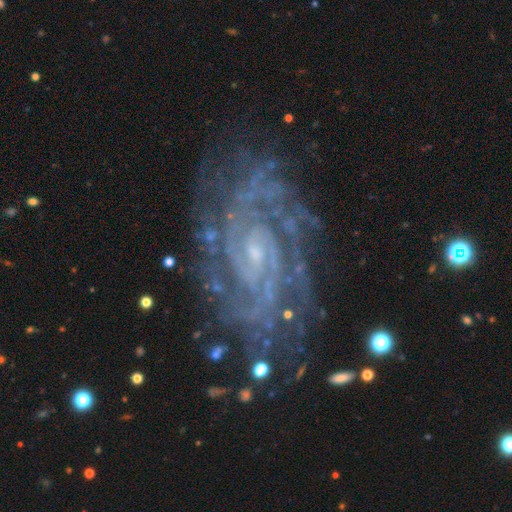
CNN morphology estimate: A featured or disk galaxy (90%) with no bar (57%), 2 (28%) tight (73%) spiral arms (98%) and a small central bulge (82%).

Vote fractions:
- Smooth or featured? featured or disk: 90% / star or artifact: 6% / smooth: 3%
- Edge-on disk? no: 97% / yes: 3%
- Bar? no: 57% / weak: 31% / strong: 11%
- Spiral arms? yes: 98% / no: 2%
- Spiral winding? tight: 73% / medium: 23% / loose: 4%
- Spiral arm count? 2: 28% / can't tell: 19% / 3: 16% / 4: 16% / more than 4: 12% / 1: 9%
- Bulge size? small: 82% / moderate: 11% / none: 6% / large: 1% / dominant: 1%
- Merging? none: 80% / minor disturbance: 13% / major disturbance: 5% / merger: 2%